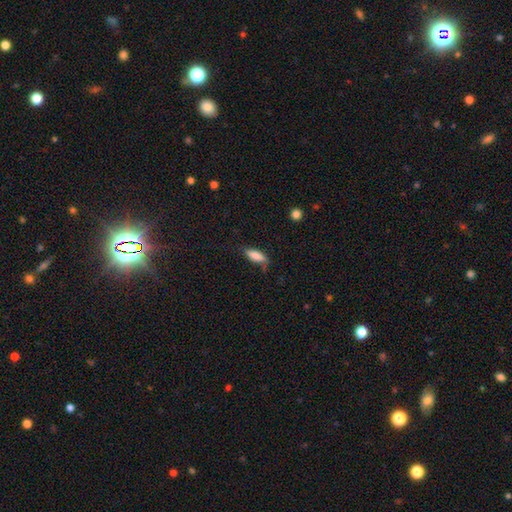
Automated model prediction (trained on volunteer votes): This appears to be a smooth galaxy with no disk features (81%) that is in between round and cigar-shaped (60%). Merging: none (66%).